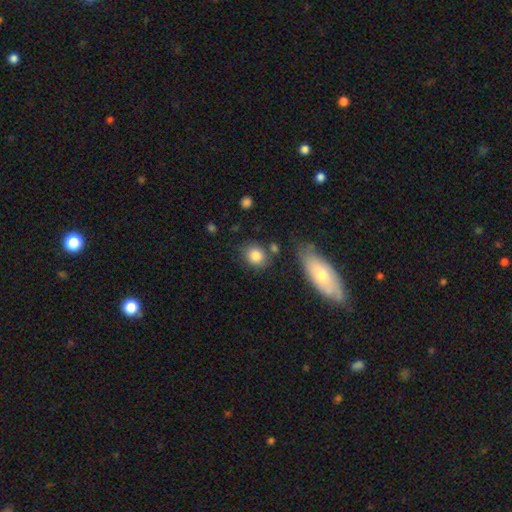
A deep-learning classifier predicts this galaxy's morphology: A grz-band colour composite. It shows a smooth galaxy with no disk features (84%) that is round (68%). Merging: none (73%).